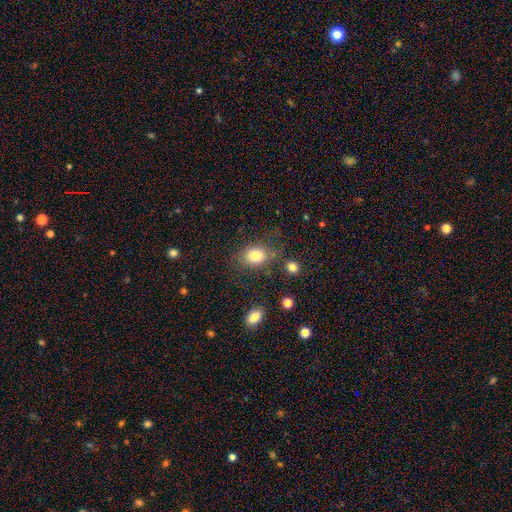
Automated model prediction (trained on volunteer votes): A smooth galaxy with no disk features (79%) that is in between round and cigar-shaped (64%). Merging: none (69%).